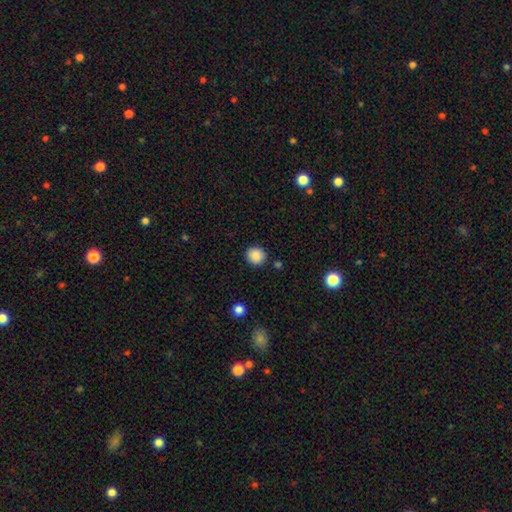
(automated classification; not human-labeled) Smooth or featured? Predicted: smooth (p=0.87). How rounded? Predicted: round (p=0.89). Merging? Predicted: none (p=0.88).